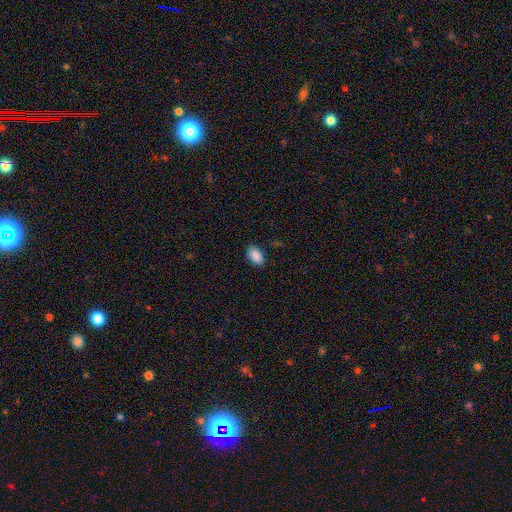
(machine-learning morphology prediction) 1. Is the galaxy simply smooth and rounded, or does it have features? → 90% smooth, 7% star or artifact, 3% featured or disk.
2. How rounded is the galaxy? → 92% in between, 7% round, 1% cigar-shaped.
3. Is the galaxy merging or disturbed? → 87% none, 10% minor disturbance, 2% major disturbance, 1% merger.